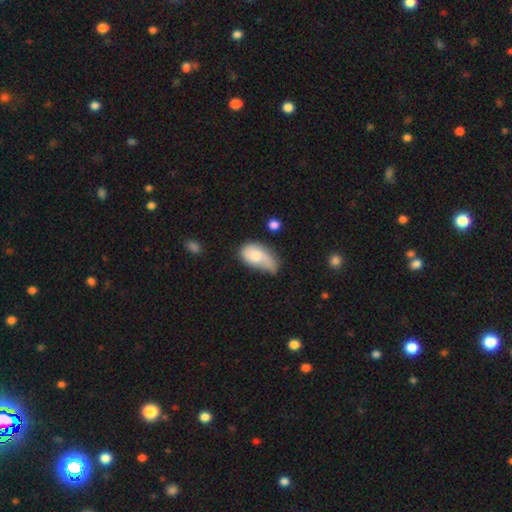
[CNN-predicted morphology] Overall: smooth (56%; featured or disk 37%). How rounded: in between (90%). Merging: minor disturbance (41%; none 31%).